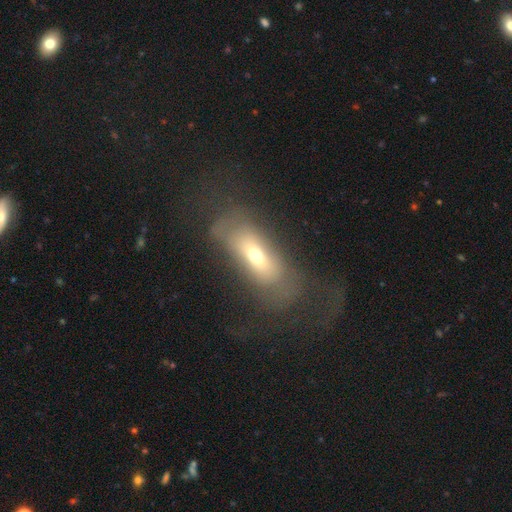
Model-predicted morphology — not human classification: Smooth or featured? Predicted: featured or disk (p=0.45, tied with smooth). Merging? Predicted: major disturbance (p=0.40).